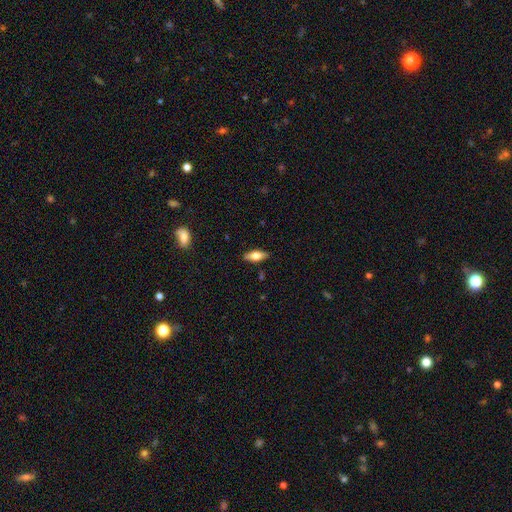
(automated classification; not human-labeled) The model was most divided on "smooth or featured": smooth: 60%, featured or disk: 33%, star or artifact: 7%. More confident: merging — none (88%); how rounded — in between (71%).